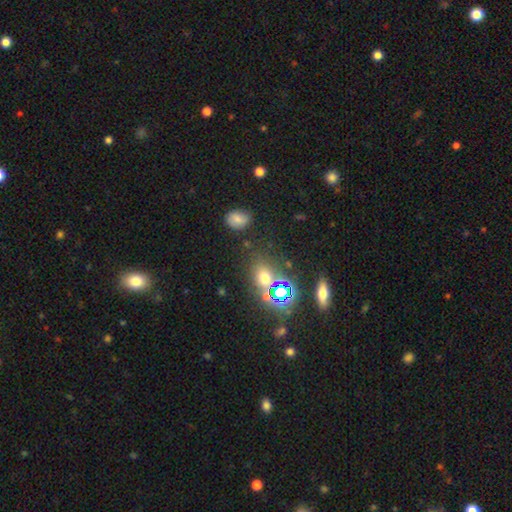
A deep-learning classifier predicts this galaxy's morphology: A star or artifact, not a galaxy (46%).